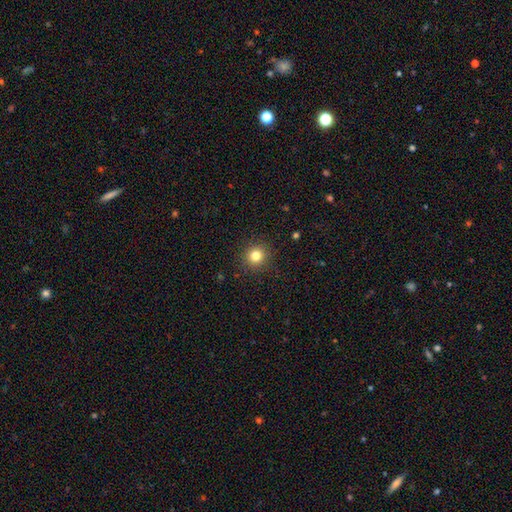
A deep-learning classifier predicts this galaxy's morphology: smooth 81%, star or artifact 13%, featured or disk 6%. Down the decision tree: how rounded — round (92%); merging — none (91%).